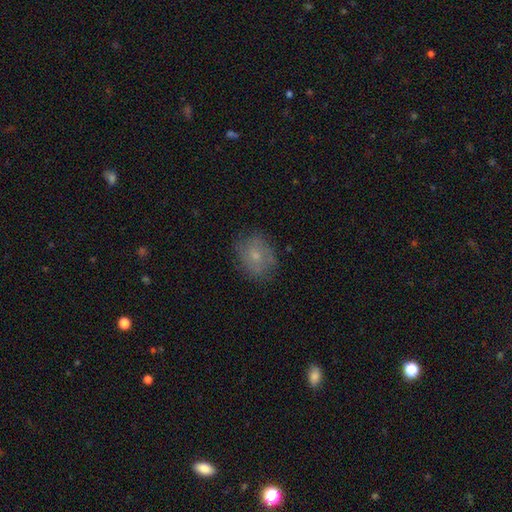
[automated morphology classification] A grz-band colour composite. It shows a smooth galaxy with no disk features (55%) that is in between round and cigar-shaped (51%). Merging: none (75%).